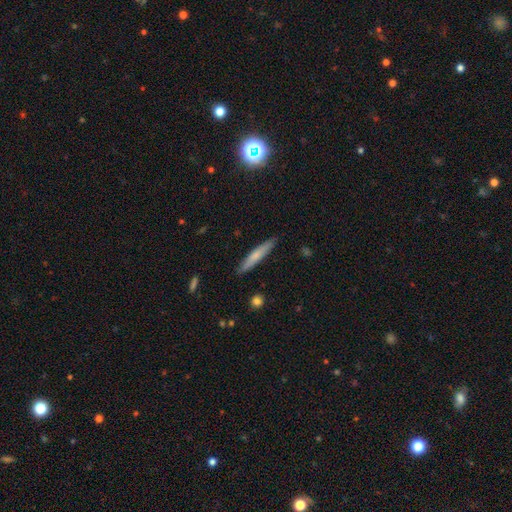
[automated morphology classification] Smooth or featured: smooth — 64% (featured or disk — 30%)
How rounded: cigar-shaped — 93% (in between — 6%)
Merging: none — 89% (minor disturbance — 8%)